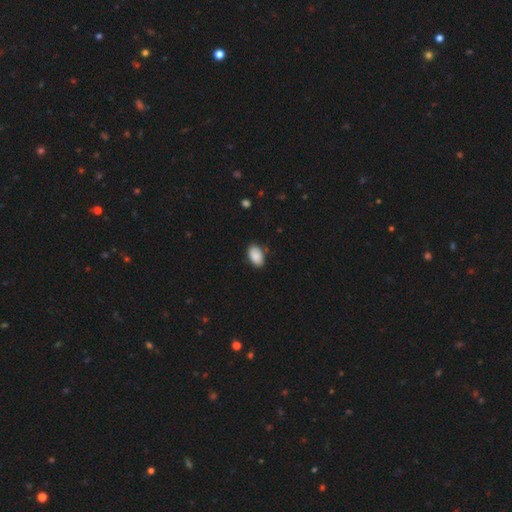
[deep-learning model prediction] Smooth or featured: smooth — 89% (star or artifact — 7%)
How rounded: in between — 92% (round — 6%)
Merging: none — 80% (minor disturbance — 16%)